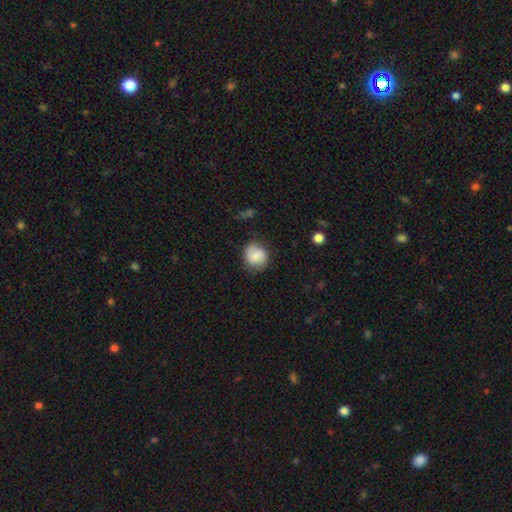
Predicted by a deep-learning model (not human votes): Q: Smooth or featured?
A: smooth (72%); runner-up: featured or disk (20%)
Q: How rounded?
A: round (81%); runner-up: in between (18%)
Q: Merging?
A: none (70%); runner-up: minor disturbance (22%)